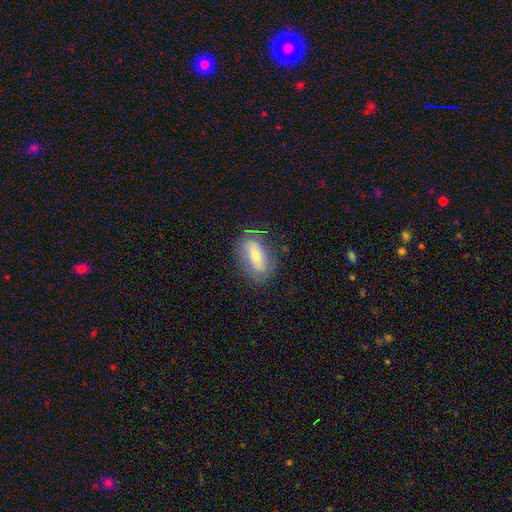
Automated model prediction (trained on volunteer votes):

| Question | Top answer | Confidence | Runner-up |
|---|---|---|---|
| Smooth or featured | featured or disk | 48% | smooth (37%) |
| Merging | none | 76% | minor disturbance (17%) |